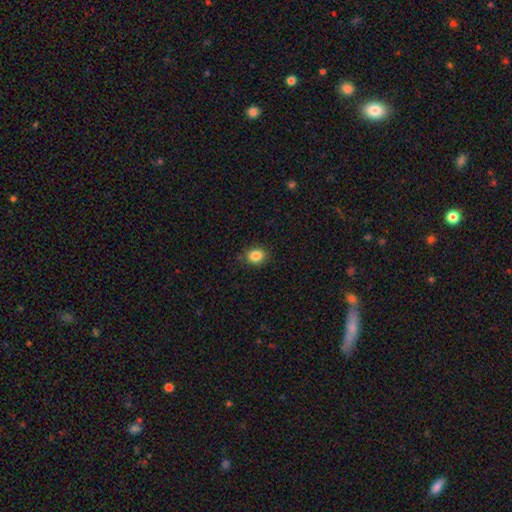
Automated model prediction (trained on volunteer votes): The model was most divided on "how rounded": round: 57%, in between: 42%, cigar-shaped: 1%. More confident: merging — none (85%); smooth or featured — smooth (85%).